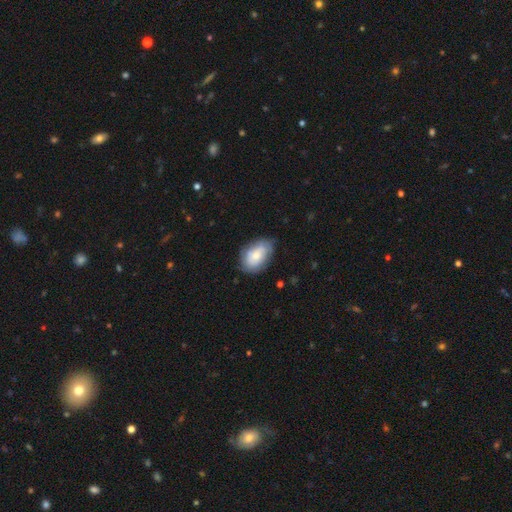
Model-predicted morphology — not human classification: Smooth or featured? Predicted: smooth (p=0.55). How rounded? Predicted: in between (p=0.86). Merging? Predicted: none (p=0.72).